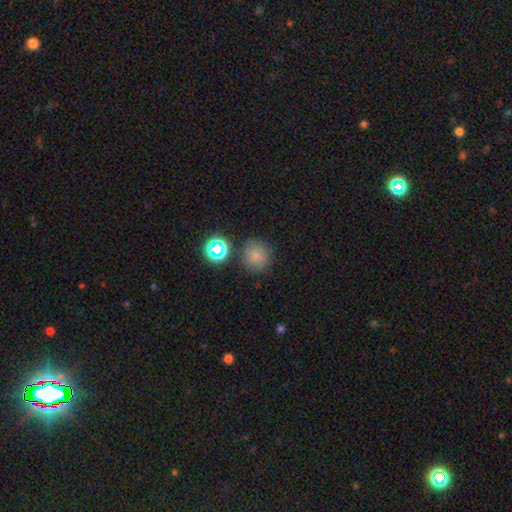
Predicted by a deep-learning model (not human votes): smooth-or-featured: smooth: 73% | star or artifact: 18% | featured or disk: 9%
  how-rounded: round: 88% | in between: 11% | cigar-shaped: 1%
  merging: none: 79% | minor disturbance: 12% | merger: 6% | major disturbance: 4%